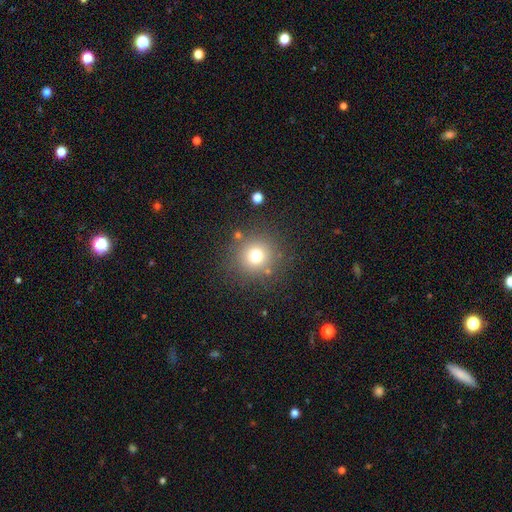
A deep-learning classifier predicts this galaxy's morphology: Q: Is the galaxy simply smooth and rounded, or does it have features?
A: smooth — 73%.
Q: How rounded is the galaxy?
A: round — 93%.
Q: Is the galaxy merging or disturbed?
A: none — 84%.